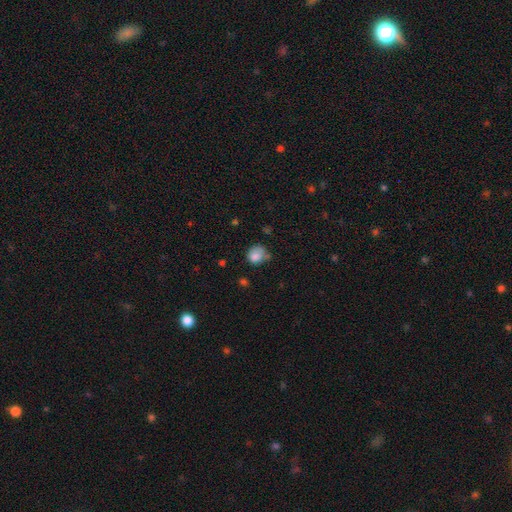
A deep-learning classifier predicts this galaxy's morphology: smooth_or_featured: smooth (p=0.80) [alt: featured or disk p=0.11]
how_rounded: round (p=0.71) [alt: in between p=0.28]
merging: none (p=0.43) [alt: minor disturbance p=0.34]